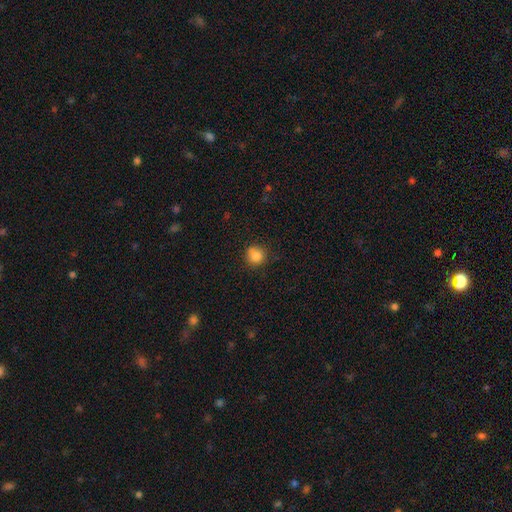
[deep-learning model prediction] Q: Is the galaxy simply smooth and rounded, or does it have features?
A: smooth — 84%.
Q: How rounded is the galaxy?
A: round — 89%.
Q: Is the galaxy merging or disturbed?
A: none — 75%.